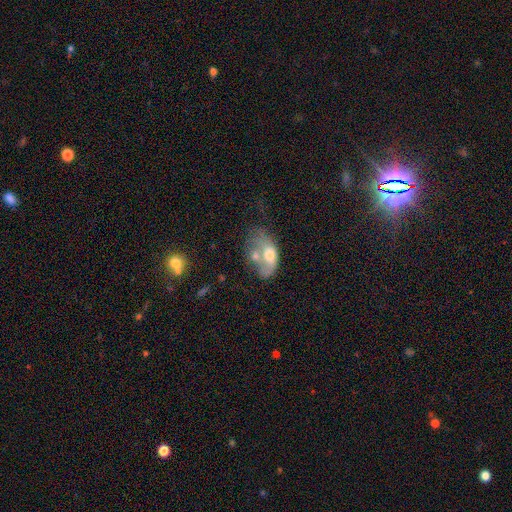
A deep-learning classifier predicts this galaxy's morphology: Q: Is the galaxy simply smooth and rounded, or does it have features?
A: smooth — 47%.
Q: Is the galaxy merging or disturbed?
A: merger — 36%.